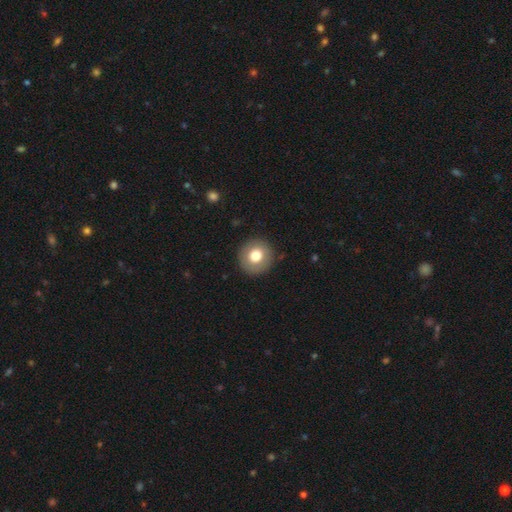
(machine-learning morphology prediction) smooth-or-featured: smooth: 75% | featured or disk: 16% | star or artifact: 9%
  how-rounded: round: 94% | in between: 5% | cigar-shaped: 1%
  merging: none: 90% | minor disturbance: 6% | major disturbance: 2% | merger: 1%